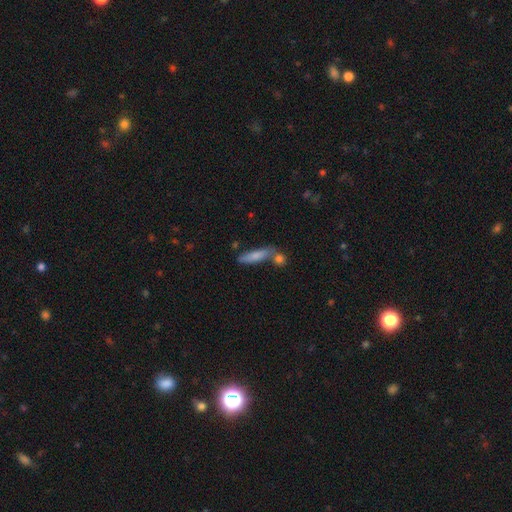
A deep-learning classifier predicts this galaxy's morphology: A smooth galaxy with no disk features (75%) that is cigar-shaped (74%).

Vote fractions:
- Smooth or featured? smooth: 75% / featured or disk: 18% / star or artifact: 7%
- How rounded? cigar-shaped: 74% / in between: 24% / round: 2%
- Merging? none: 63% / merger: 19% / minor disturbance: 14% / major disturbance: 4%